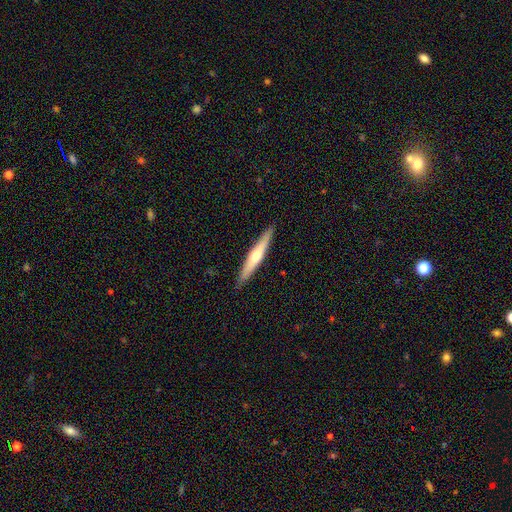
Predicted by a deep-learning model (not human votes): Smooth or featured? Predicted: featured or disk (p=0.57). Edge-on disk? Predicted: yes (p=0.96). Edge-on bulge? Predicted: rounded (p=0.85). Merging? Predicted: none (p=0.91).